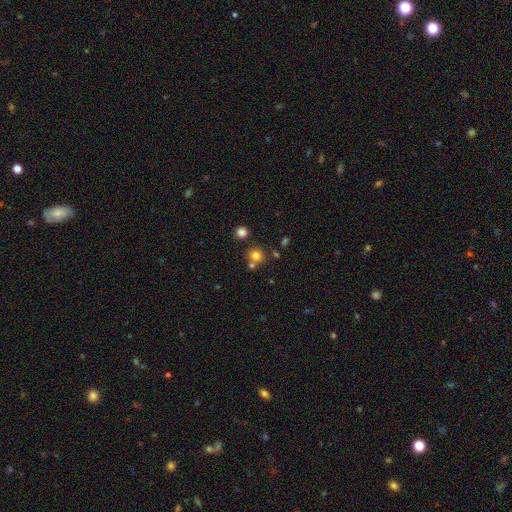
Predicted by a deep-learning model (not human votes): A smooth galaxy with no disk features (78%) that is round (91%). Merging: none (72%).